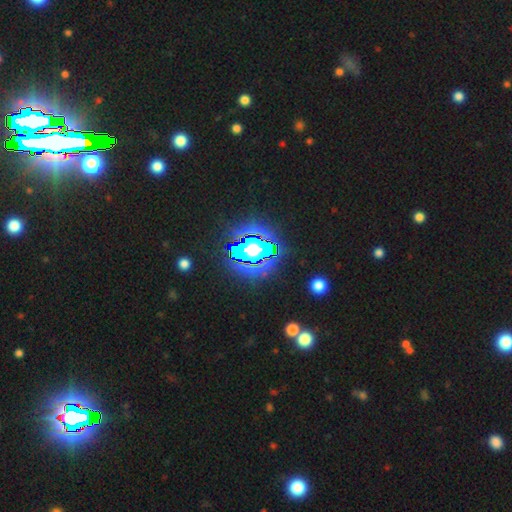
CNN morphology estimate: Q: Smooth or featured?
A: star or artifact (83%); runner-up: smooth (10%)